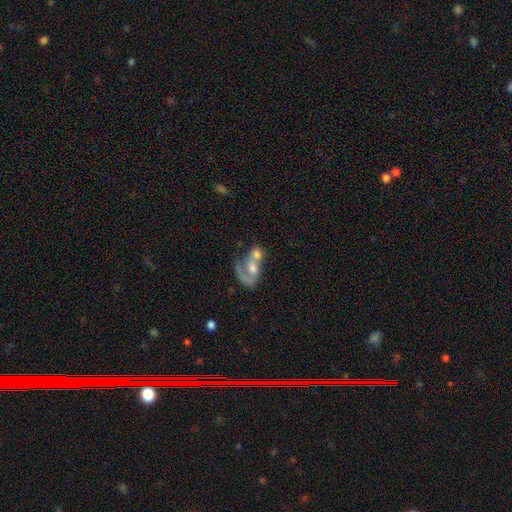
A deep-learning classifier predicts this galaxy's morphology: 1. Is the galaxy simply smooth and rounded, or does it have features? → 57% featured or disk, 34% smooth, 9% star or artifact.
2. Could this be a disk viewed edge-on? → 96% no, 4% yes.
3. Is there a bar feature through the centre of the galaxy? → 73% no, 21% weak, 6% strong.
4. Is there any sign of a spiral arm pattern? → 63% yes, 37% no.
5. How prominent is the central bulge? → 51% moderate, 19% large, 18% small, 10% none, 3% dominant.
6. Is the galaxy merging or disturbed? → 69% merger, 13% major disturbance, 12% none, 6% minor disturbance.